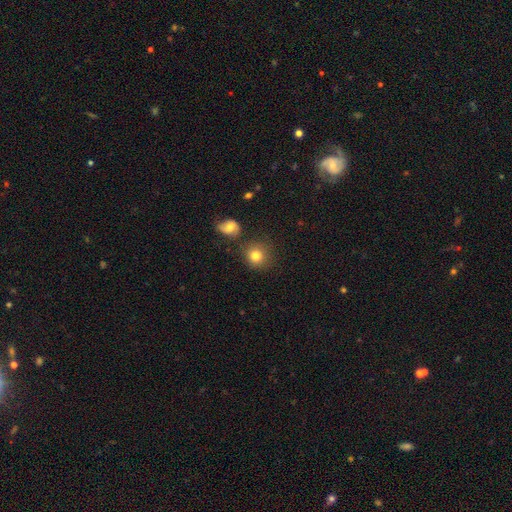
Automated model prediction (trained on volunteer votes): This appears to be a smooth galaxy with no disk features (81%) that is round (89%). Merging: none (78%).